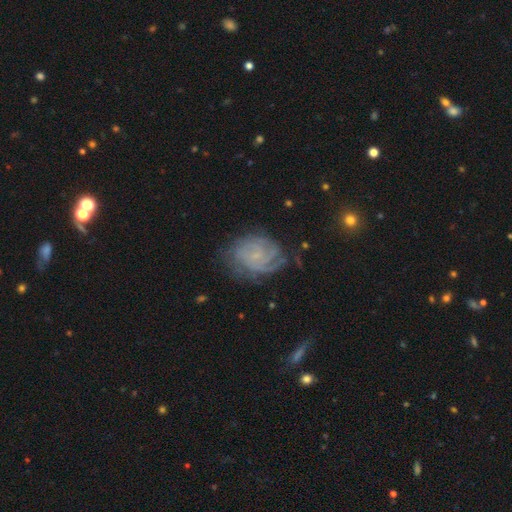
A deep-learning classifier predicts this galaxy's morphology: Smooth or featured? Predicted: featured or disk (p=0.77). Edge-on disk? Predicted: no (p=0.98). Bar? Predicted: no (p=0.72). Spiral arms? Predicted: yes (p=0.95). Spiral winding? Predicted: tight (p=0.67). Spiral arm count? Predicted: can't tell (p=0.37). Bulge size? Predicted: small (p=0.71). Merging? Predicted: none (p=0.65).